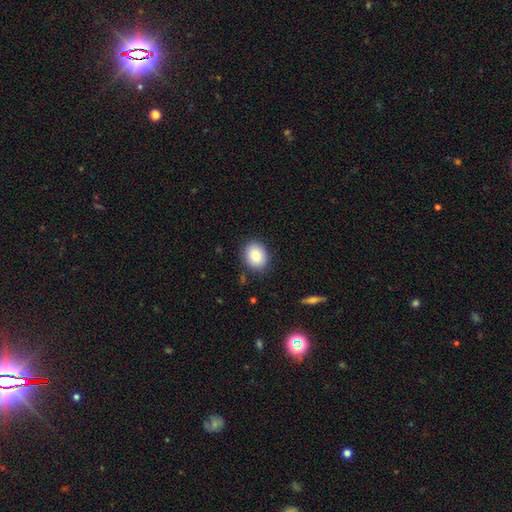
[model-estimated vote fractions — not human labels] Smooth or featured: smooth — 88% (star or artifact — 7%)
How rounded: in between — 55% (round — 44%)
Merging: none — 87% (minor disturbance — 9%)